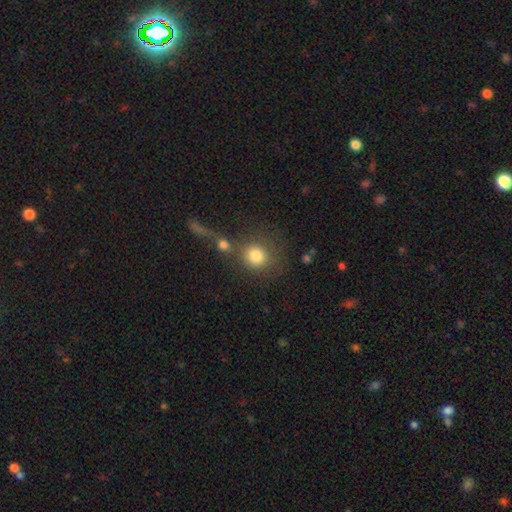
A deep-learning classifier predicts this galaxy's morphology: The model was most divided on "merging": none: 55%, merger: 26%, minor disturbance: 10%, major disturbance: 8%. More confident: how rounded — round (85%); smooth or featured — smooth (80%).